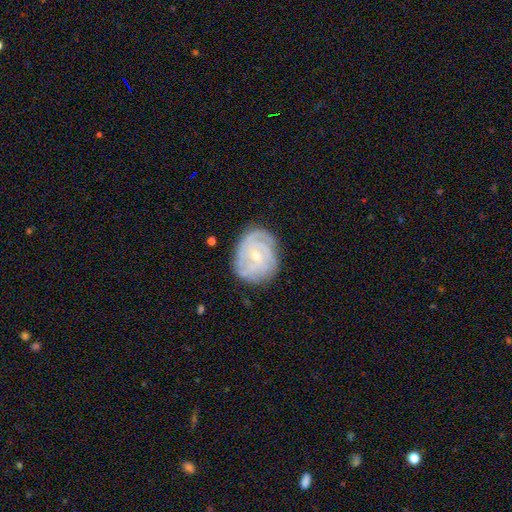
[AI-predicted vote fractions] Overall: featured or disk (81%). Edge-on disk: no (97%). Bar: no (65%; weak 30%). Spiral arms: yes (94%). Spiral arm count: can't tell (33%; 3 25%). Spiral winding: tight (73%). Bulge size: small (65%; moderate 32%). Merging: none (76%).